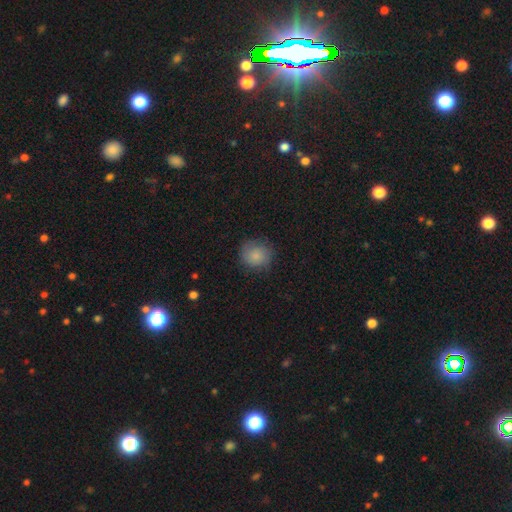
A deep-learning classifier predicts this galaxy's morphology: A smooth galaxy with no disk features (84%) that is round (85%).

Vote fractions:
- Smooth or featured? smooth: 84% / star or artifact: 8% / featured or disk: 8%
- How rounded? round: 85% / in between: 14% / cigar-shaped: 1%
- Merging? none: 77% / minor disturbance: 17% / major disturbance: 5% / merger: 1%